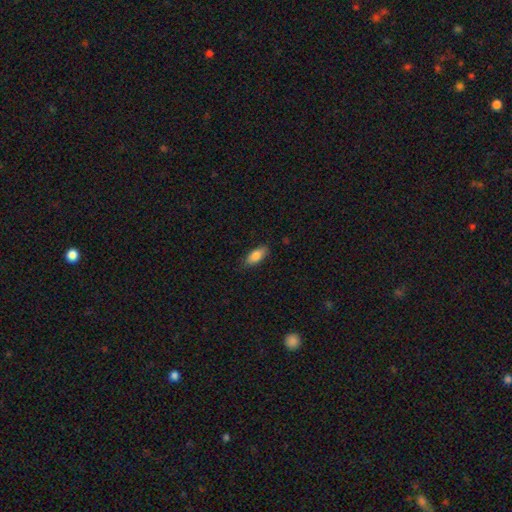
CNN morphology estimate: Smooth or featured?
  - smooth: 83% *
  - featured or disk: 10%
  - star or artifact: 7%
How rounded?
  - in between: 83% *
  - cigar-shaped: 14%
  - round: 2%
Merging?
  - none: 83% *
  - minor disturbance: 13%
  - major disturbance: 3%
  - merger: 1%